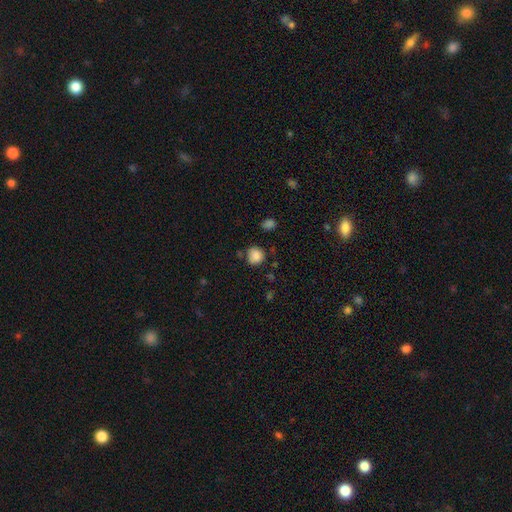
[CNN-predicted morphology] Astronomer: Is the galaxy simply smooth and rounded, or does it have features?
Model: smooth — 85%.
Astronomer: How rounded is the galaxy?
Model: round — 84%.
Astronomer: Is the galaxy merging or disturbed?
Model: none — 73%.